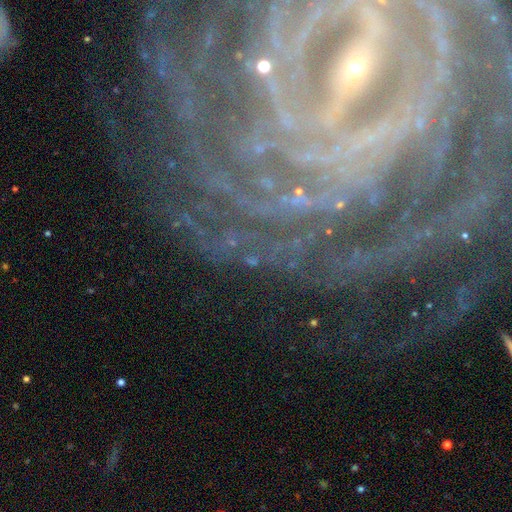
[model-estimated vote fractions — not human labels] A featured or disk galaxy (84%) with a strong bar (60%), more than 4 (23%) tight (79%) spiral arms (97%) and a small central bulge (78%).

Vote fractions:
- Smooth or featured? featured or disk: 84% / star or artifact: 10% / smooth: 5%
- Edge-on disk? no: 95% / yes: 5%
- Bar? strong: 60% / weak: 23% / no: 17%
- Spiral arms? yes: 97% / no: 3%
- Spiral winding? tight: 79% / medium: 16% / loose: 4%
- Spiral arm count? more than 4: 23% / can't tell: 22% / 4: 17% / 2: 14% / 3: 13% / 1: 10%
- Bulge size? small: 78% / moderate: 13% / none: 5% / large: 3% / dominant: 2%
- Merging? none: 76% / minor disturbance: 13% / major disturbance: 9% / merger: 2%